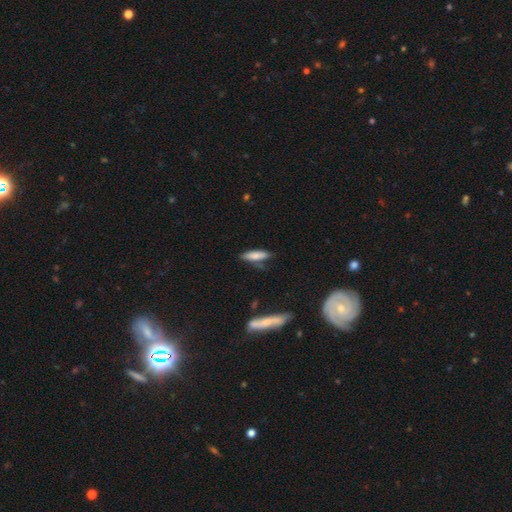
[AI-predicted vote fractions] Smooth or featured? smooth (77%)
How rounded? cigar-shaped (63%)
Merging? none (68%)